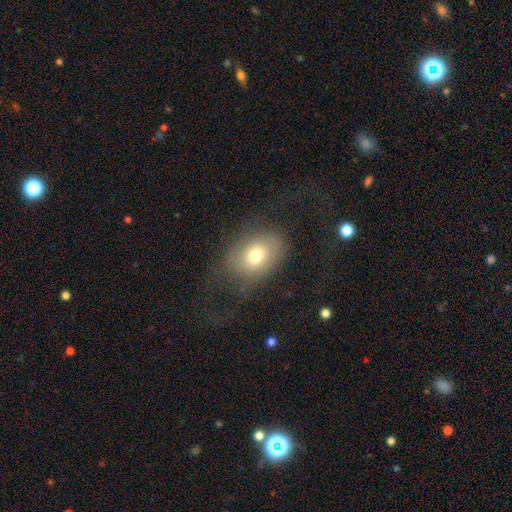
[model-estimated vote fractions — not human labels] A smooth galaxy with no disk features (68%) that is in between round and cigar-shaped (72%). Merging: none (56%).